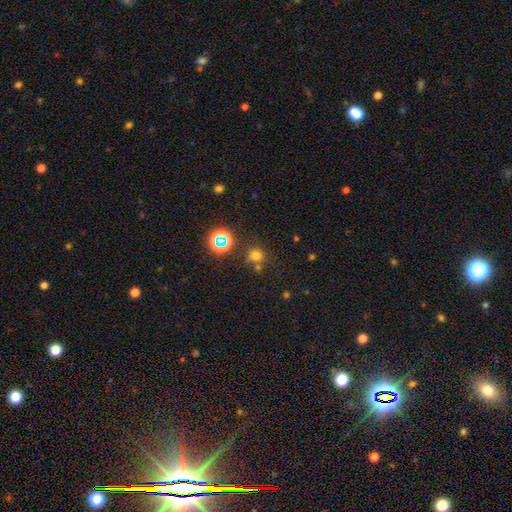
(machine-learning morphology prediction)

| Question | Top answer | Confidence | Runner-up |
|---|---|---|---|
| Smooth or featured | smooth | 63% | star or artifact (29%) |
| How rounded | round | 87% | in between (12%) |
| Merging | none | 65% | merger (19%) |